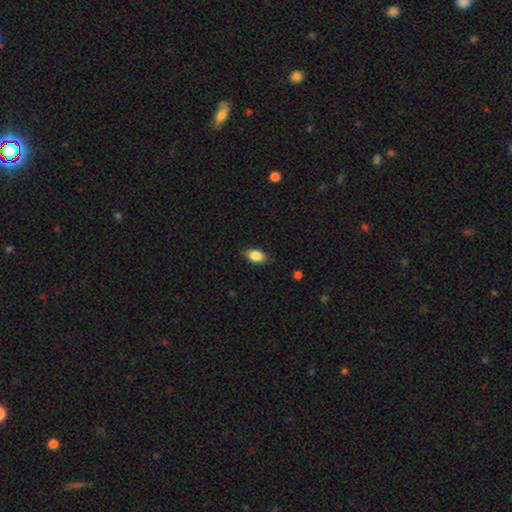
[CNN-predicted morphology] A smooth galaxy with no disk features (85%) that is in between round and cigar-shaped (89%). Merging: none (82%).